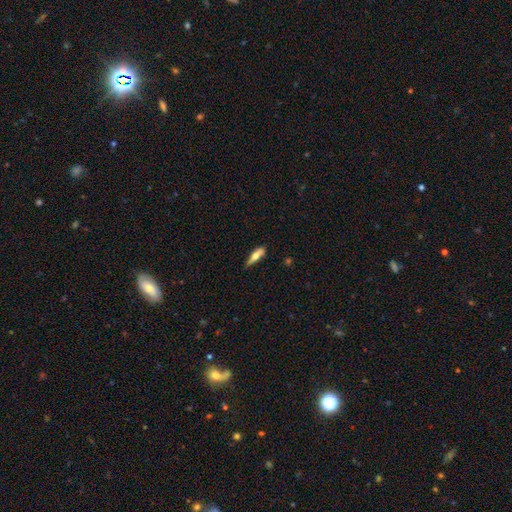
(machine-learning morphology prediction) type=smooth (56%); roundness=cigar-shaped (69%); merging=none (61%).